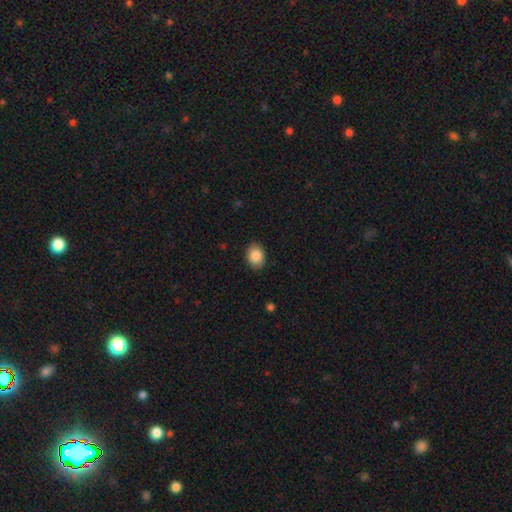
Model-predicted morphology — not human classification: Smooth or featured? smooth (87%)
How rounded? in between (67%)
Merging? none (87%)